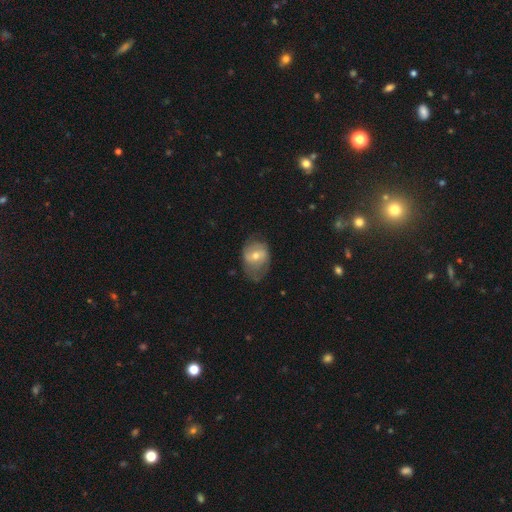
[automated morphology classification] Q: Smooth or featured?
A: featured or disk (52%); runner-up: smooth (40%)
Q: Edge-on disk?
A: no (95%); runner-up: yes (5%)
Q: Merging?
A: none (53%); runner-up: minor disturbance (31%)